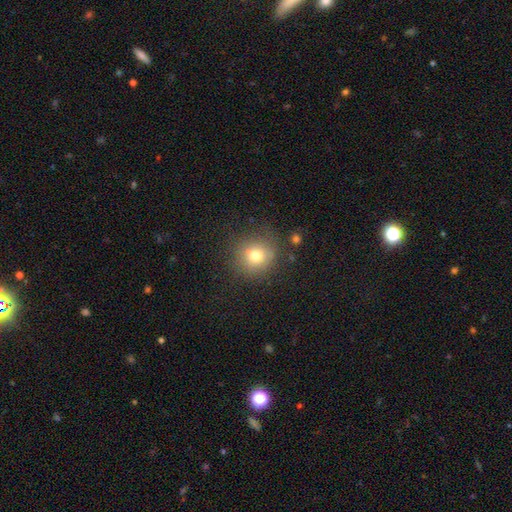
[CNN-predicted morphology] Smooth or featured? Predicted: smooth (p=0.74). How rounded? Predicted: round (p=0.91). Merging? Predicted: none (p=0.80).